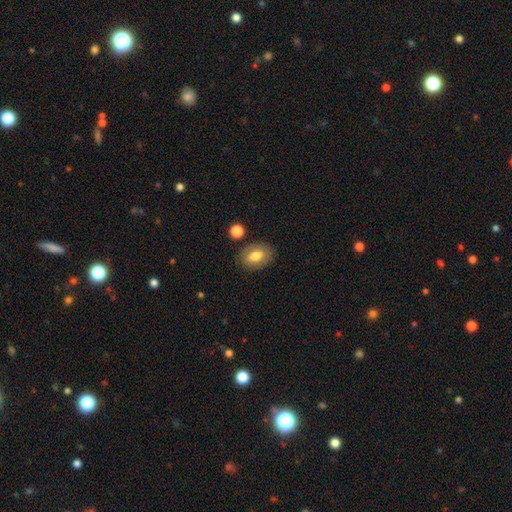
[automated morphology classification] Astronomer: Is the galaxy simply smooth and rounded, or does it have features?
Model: smooth — 74%.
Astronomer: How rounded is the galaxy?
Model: in between — 85%.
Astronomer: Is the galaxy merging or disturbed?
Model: none — 82%.